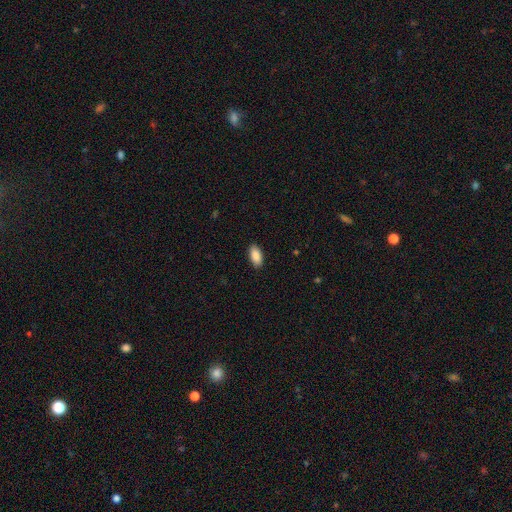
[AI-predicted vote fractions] smooth_or_featured: smooth (p=0.90) [alt: star or artifact p=0.06]
how_rounded: in between (p=0.94) [alt: cigar-shaped p=0.04]
merging: none (p=0.90) [alt: minor disturbance p=0.07]